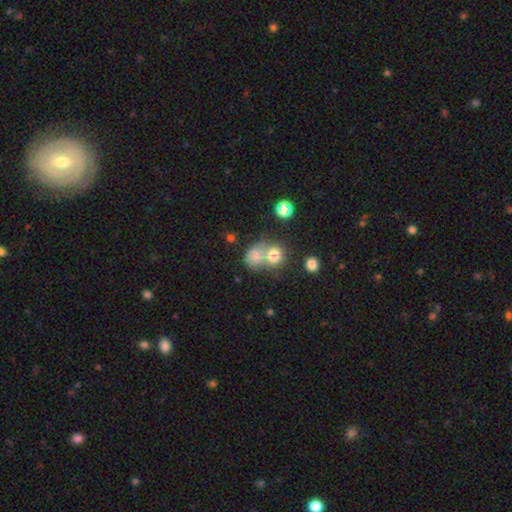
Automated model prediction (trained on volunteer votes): The model was most divided on "how rounded": round: 60%, in between: 39%, cigar-shaped: 1%. More confident: smooth or featured — smooth (72%); merging — merger (52%).